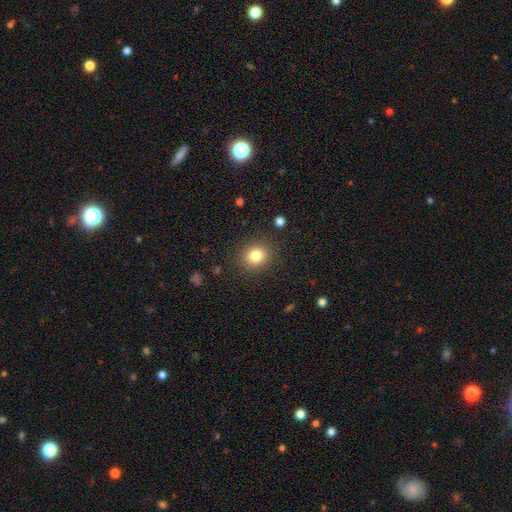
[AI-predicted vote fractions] Morphology: type=smooth (81%); roundness=round (78%); merging=none (88%).